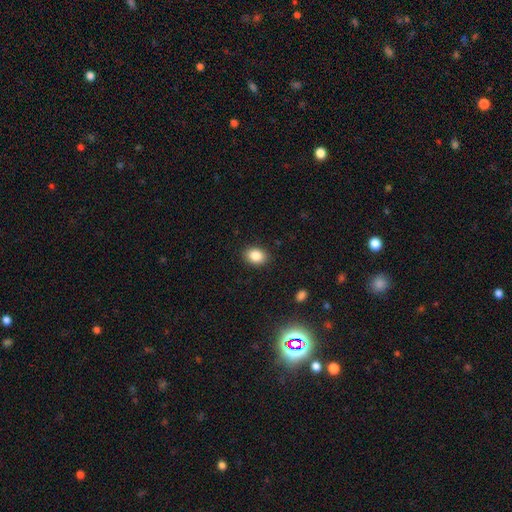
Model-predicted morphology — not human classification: This is clearly a smooth galaxy (85%). How rounded: likely in between (69%). Merging: clearly none (88%).